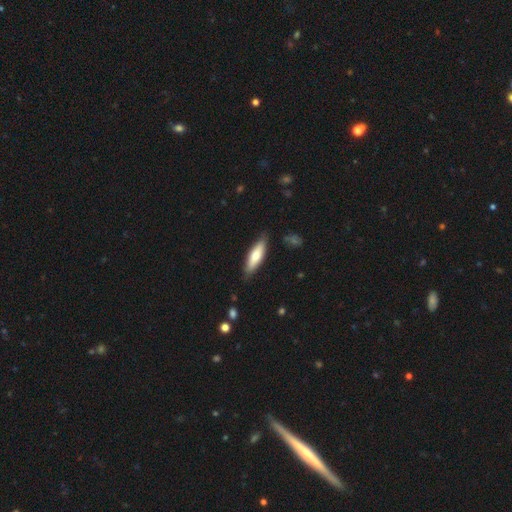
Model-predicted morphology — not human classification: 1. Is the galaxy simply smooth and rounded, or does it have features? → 67% smooth, 27% featured or disk, 6% star or artifact.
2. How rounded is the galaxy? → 56% cigar-shaped, 43% in between, 2% round.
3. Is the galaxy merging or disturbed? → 84% none, 12% minor disturbance, 2% major disturbance, 2% merger.